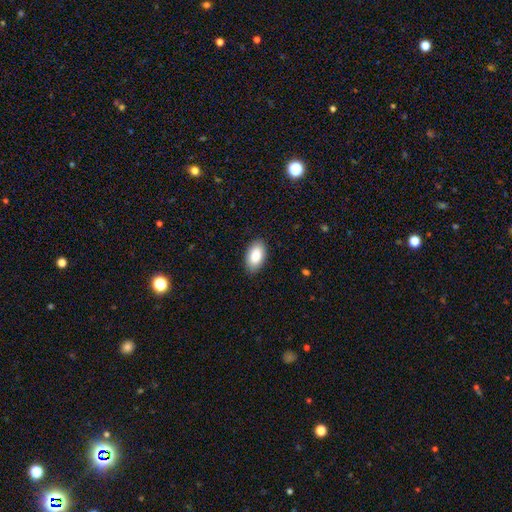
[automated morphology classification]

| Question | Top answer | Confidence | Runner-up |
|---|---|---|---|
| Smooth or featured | smooth | 88% | star or artifact (6%) |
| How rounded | in between | 95% | round (3%) |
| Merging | none | 87% | minor disturbance (10%) |